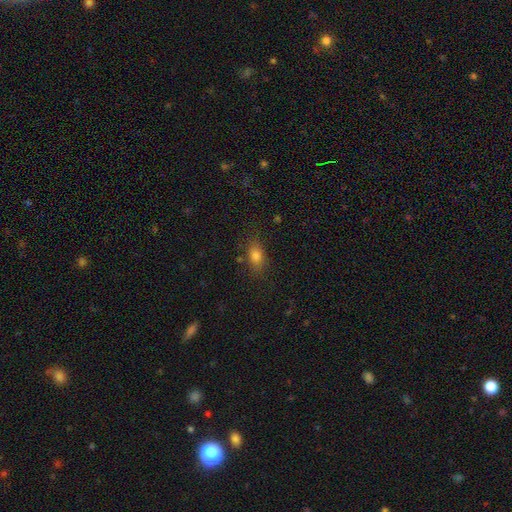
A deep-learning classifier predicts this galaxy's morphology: smooth 78%, star or artifact 13%, featured or disk 9%. Down the decision tree: how rounded — in between (76%); merging — none (79%).